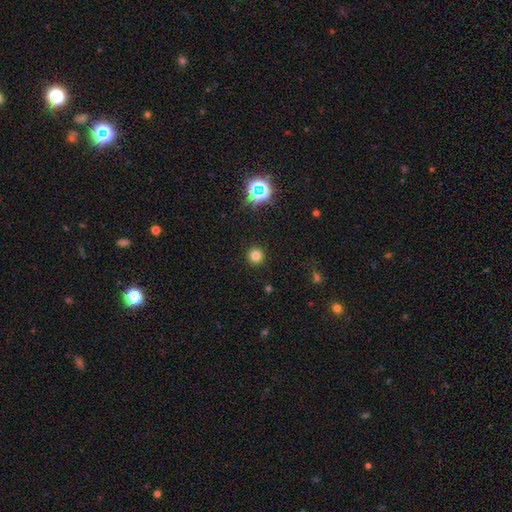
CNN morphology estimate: Q: Smooth or featured?
A: smooth (77%); runner-up: star or artifact (17%)
Q: How rounded?
A: round (95%); runner-up: in between (4%)
Q: Merging?
A: none (92%); runner-up: minor disturbance (5%)